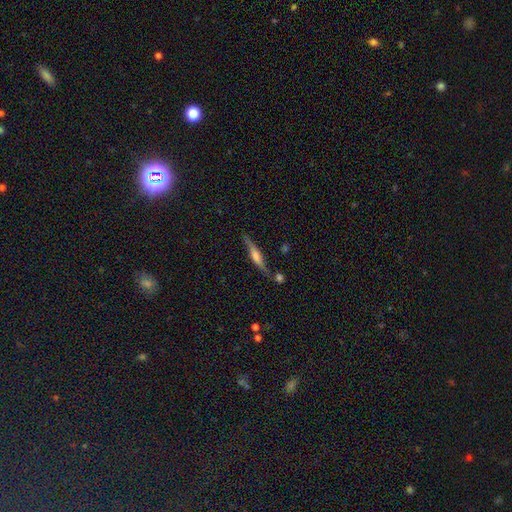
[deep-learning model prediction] Q: Smooth or featured?
A: featured or disk (65%); runner-up: smooth (28%)
Q: Edge-on disk?
A: yes (89%); runner-up: no (11%)
Q: Edge-on bulge?
A: rounded (62%); runner-up: boxy (26%)
Q: Merging?
A: none (70%); runner-up: minor disturbance (17%)